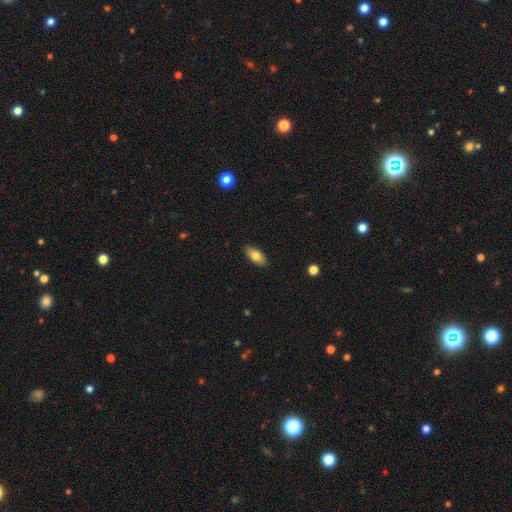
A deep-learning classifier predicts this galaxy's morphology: smooth 75%, featured or disk 18%, star or artifact 7%. Down the decision tree: how rounded — in between (87%); merging — none (89%).